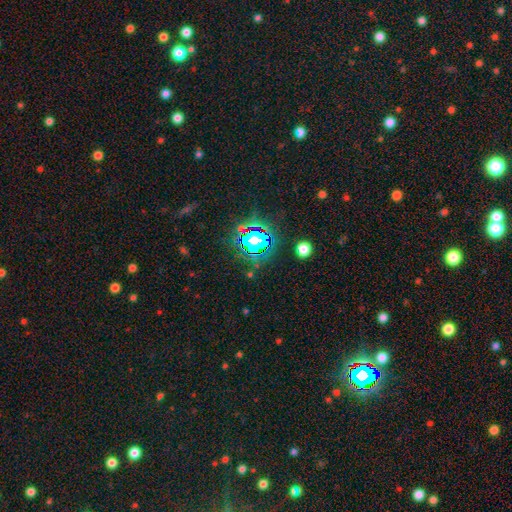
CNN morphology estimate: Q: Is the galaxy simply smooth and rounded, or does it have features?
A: star or artifact — 83%.